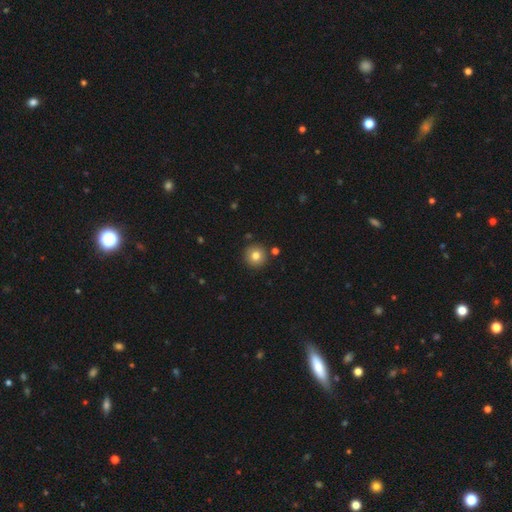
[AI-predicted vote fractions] Smooth or featured?
  - smooth: 80% *
  - star or artifact: 11%
  - featured or disk: 10%
How rounded?
  - round: 95% *
  - in between: 4%
  - cigar-shaped: 1%
Merging?
  - none: 89% *
  - minor disturbance: 6%
  - merger: 3%
  - major disturbance: 2%